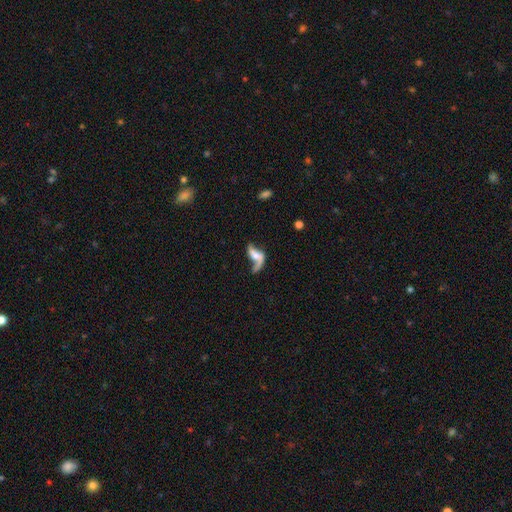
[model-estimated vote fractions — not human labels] smooth-or-featured: featured or disk: 74% | smooth: 18% | star or artifact: 8%
  disk-edge-on: no: 93% | yes: 7%
    bar: no: 51% | weak: 32% | strong: 17%
    has-spiral-arms: yes: 84% | no: 16%
      spiral-winding: loose: 87% | medium: 10% | tight: 3%
      spiral-arm-count: 2: 72% | 1: 22% | can't tell: 3% | 3: 1% | 4: 1% | more than 4: 1%
    bulge-size: small: 37% | moderate: 36% | none: 18% | large: 7% | dominant: 2%
  merging: none: 38% | major disturbance: 32% | minor disturbance: 18% | merger: 12%